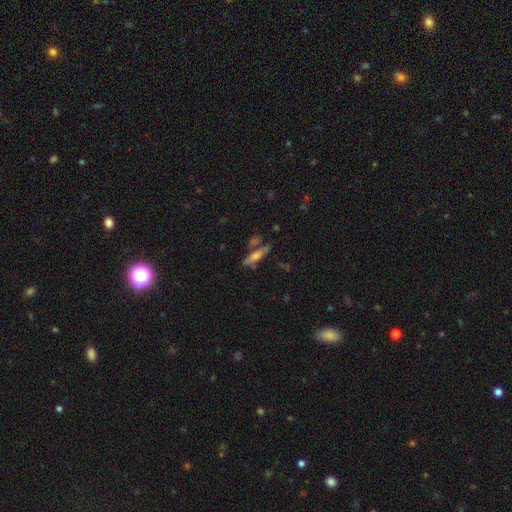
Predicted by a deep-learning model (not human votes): Smooth or featured? smooth (49%)
Merging? none (64%)